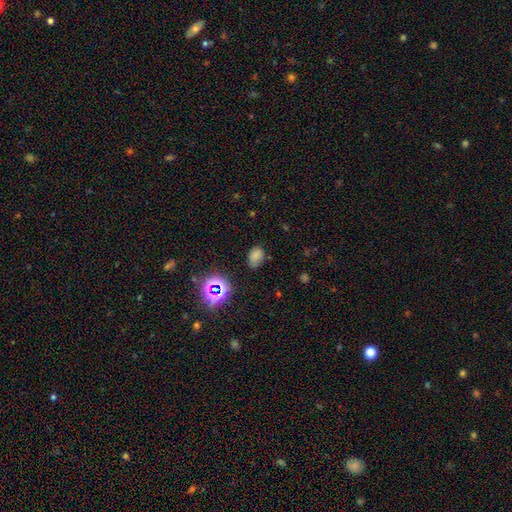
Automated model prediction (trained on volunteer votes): Morphology: type=smooth (69%); roundness=in between (78%); merging=none (68%).